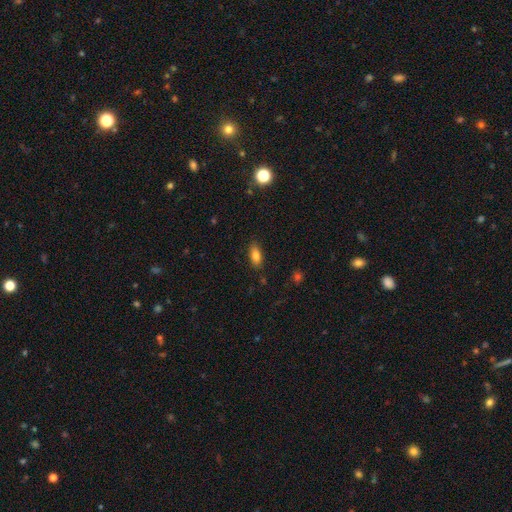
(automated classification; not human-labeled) Smooth or featured: smooth — 82% (star or artifact — 9%)
How rounded: in between — 84% (cigar-shaped — 13%)
Merging: none — 85% (minor disturbance — 11%)